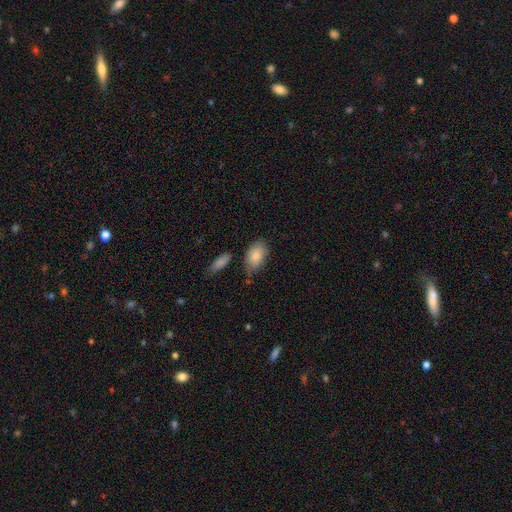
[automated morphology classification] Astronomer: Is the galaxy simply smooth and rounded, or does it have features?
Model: smooth — 85%.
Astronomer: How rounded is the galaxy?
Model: in between — 92%.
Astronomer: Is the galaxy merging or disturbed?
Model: none — 65%.